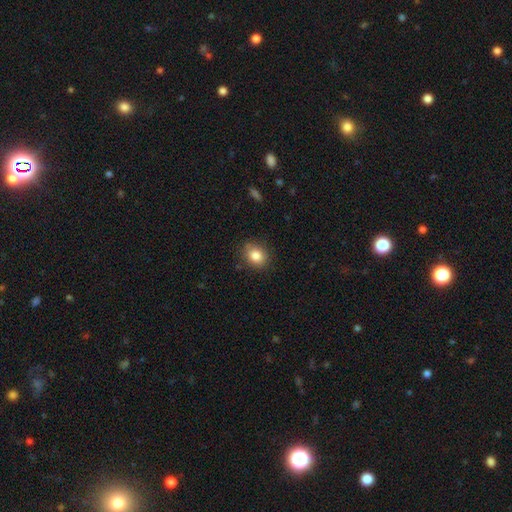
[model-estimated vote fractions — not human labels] This appears to be a smooth galaxy with no disk features (84%) that is round (54%). Merging: none (84%).